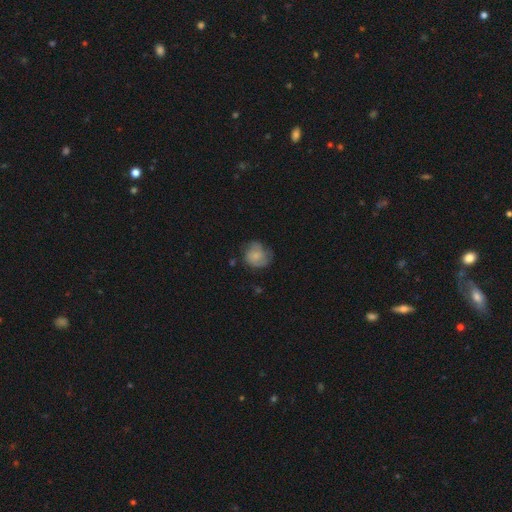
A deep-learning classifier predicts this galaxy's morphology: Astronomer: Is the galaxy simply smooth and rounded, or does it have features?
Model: smooth — 62%.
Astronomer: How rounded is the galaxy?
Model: round — 79%.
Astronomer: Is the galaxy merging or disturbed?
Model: none — 59%.